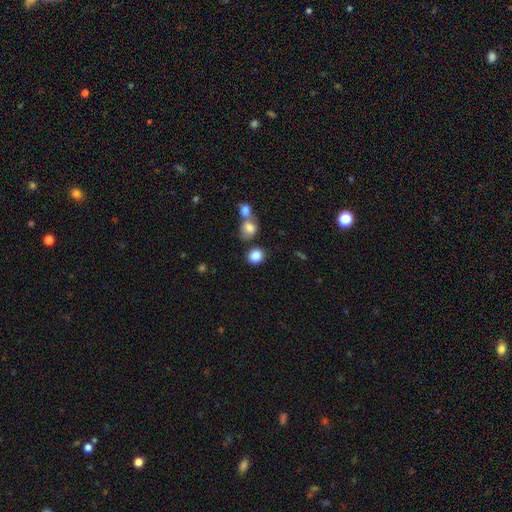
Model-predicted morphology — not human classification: Smooth or featured? Predicted: smooth (p=0.86). How rounded? Predicted: round (p=0.70). Merging? Predicted: none (p=0.68).